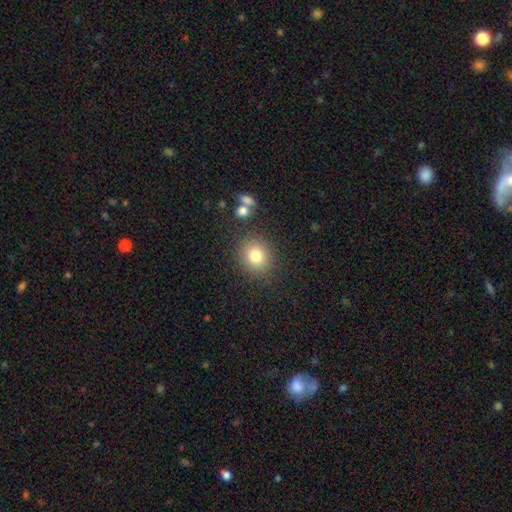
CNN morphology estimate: Smooth or featured? smooth (79%)
How rounded? round (83%)
Merging? none (84%)